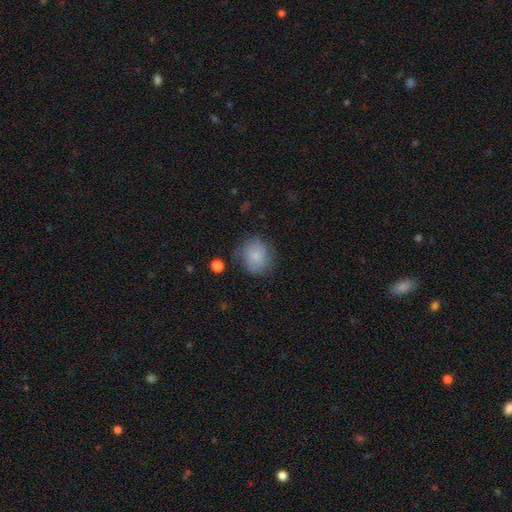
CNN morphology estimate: This is likely a smooth galaxy (78%). How rounded: likely round (72%). Merging: likely none (65%).